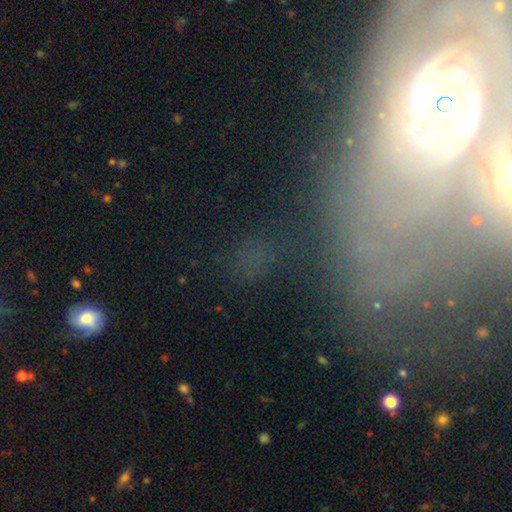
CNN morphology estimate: This is possibly a featured or disk galaxy (59%). It is clearly not viewed edge-on (85%). Bar: possibly no (52%). Spiral arm pattern: likely yes (73%). Central bulge: possibly small (48%). Merging: possibly none (58%).